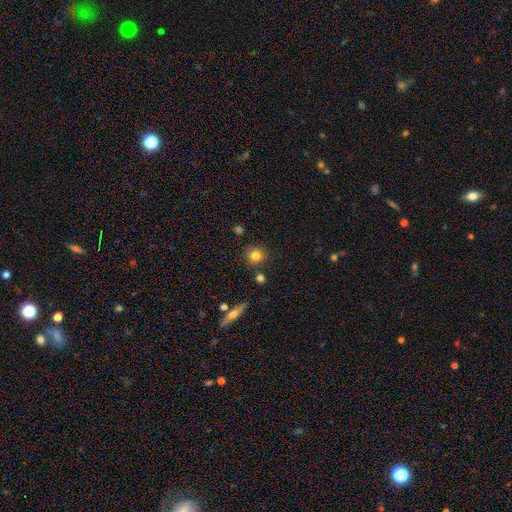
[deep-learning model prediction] smooth_or_featured: smooth (p=0.80) [alt: star or artifact p=0.11]
how_rounded: round (p=0.90) [alt: in between p=0.09]
merging: none (p=0.81) [alt: minor disturbance p=0.10]